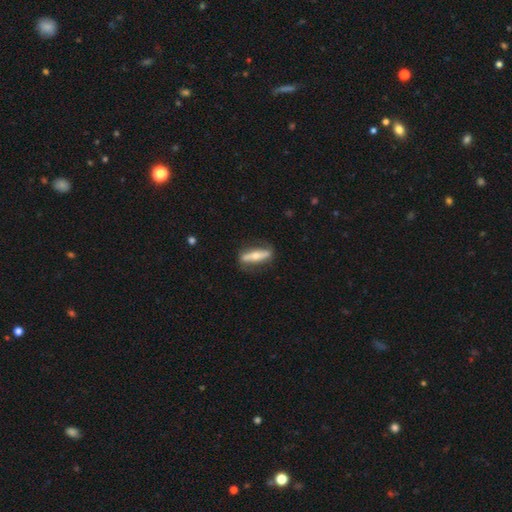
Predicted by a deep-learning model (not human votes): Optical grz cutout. It shows a featured or disk galaxy (62%) viewed edge-on (73%). Merging: none (81%).